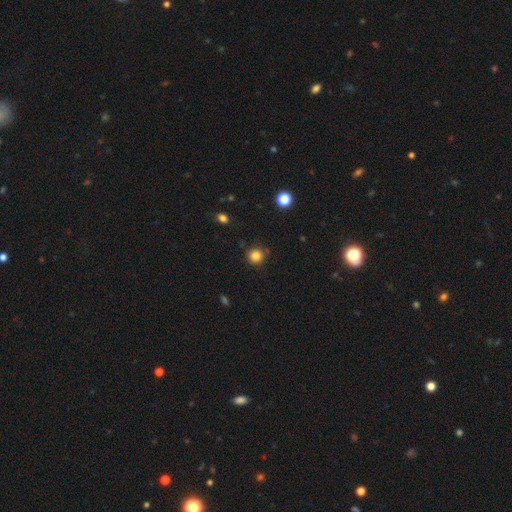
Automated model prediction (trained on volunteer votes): Morphology: type=smooth (83%); roundness=round (93%); merging=none (85%).